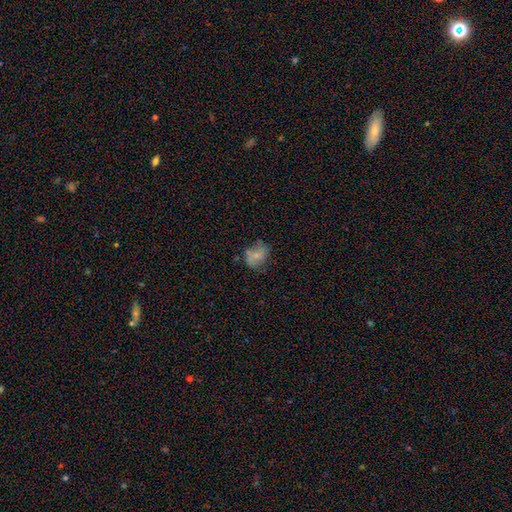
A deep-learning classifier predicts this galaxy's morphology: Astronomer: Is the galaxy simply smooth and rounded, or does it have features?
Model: smooth — 61%.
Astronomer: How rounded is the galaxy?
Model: in between — 59% (runner-up: round, 39%).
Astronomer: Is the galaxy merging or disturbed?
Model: none — 52%.